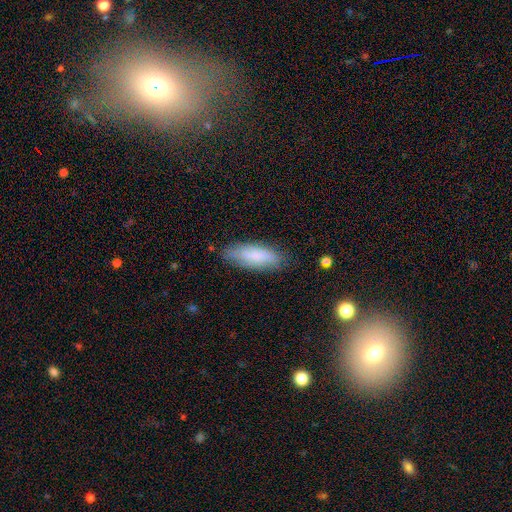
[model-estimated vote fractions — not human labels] Overall: smooth (74%). How rounded: in between (68%; cigar-shaped 31%). Merging: none (76%).